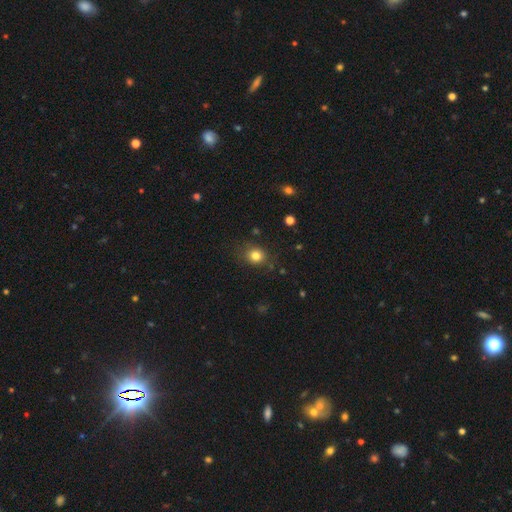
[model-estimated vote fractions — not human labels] Smooth or featured? Predicted: smooth (p=0.81). How rounded? Predicted: round (p=0.71). Merging? Predicted: none (p=0.81).